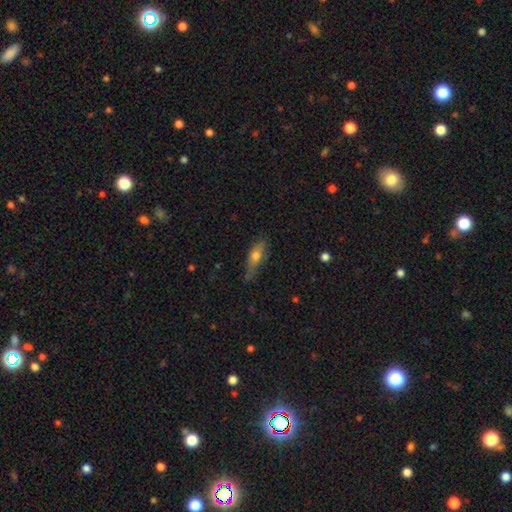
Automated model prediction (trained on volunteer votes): This appears to be a smooth galaxy with no disk features (62%) that is in between round and cigar-shaped (53%). Merging: none (59%).